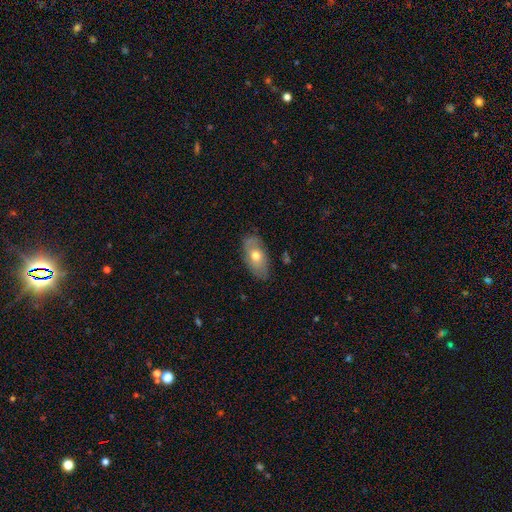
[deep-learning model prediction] Smooth or featured: smooth — 60% (featured or disk — 33%)
How rounded: in between — 90% (round — 6%)
Merging: none — 78% (minor disturbance — 17%)